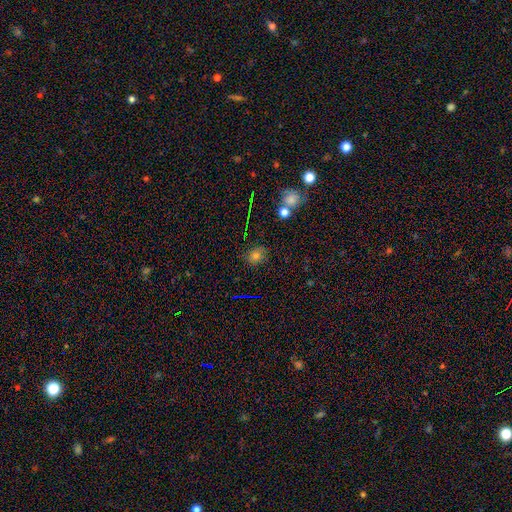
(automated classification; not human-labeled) A smooth galaxy with no disk features (68%) that is round (66%). Merging: none (81%).